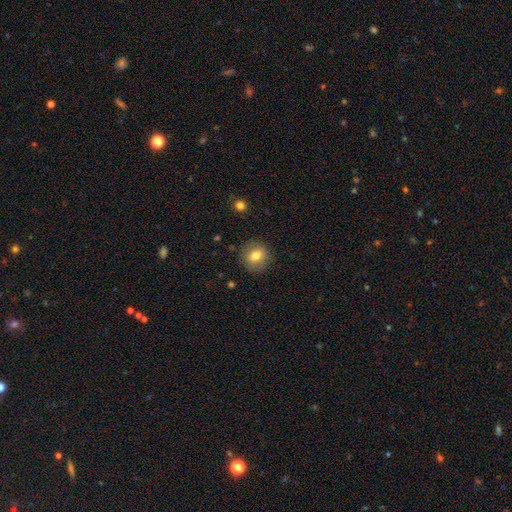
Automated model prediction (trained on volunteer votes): smooth 76%, featured or disk 15%, star or artifact 10%. Down the decision tree: how rounded — round (84%); merging — none (87%).